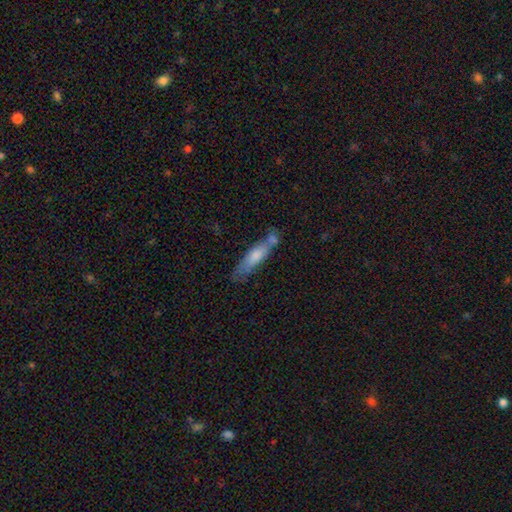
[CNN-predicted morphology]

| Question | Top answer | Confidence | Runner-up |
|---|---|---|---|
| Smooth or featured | smooth | 68% | featured or disk (26%) |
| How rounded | cigar-shaped | 67% | in between (32%) |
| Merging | none | 44% | merger (26%) |